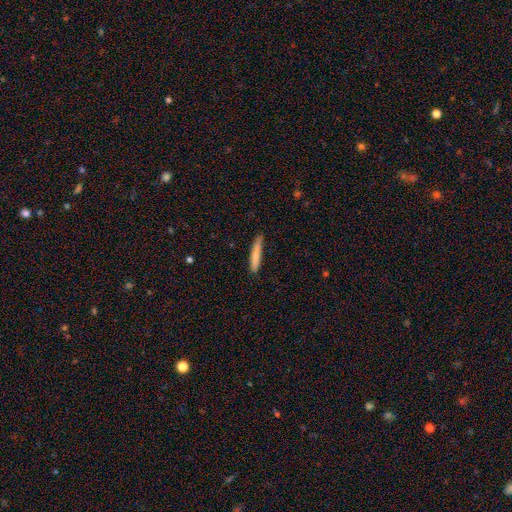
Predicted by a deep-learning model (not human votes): smooth 75%, featured or disk 19%, star or artifact 6%. Down the decision tree: how rounded — cigar-shaped (93%); merging — none (84%).